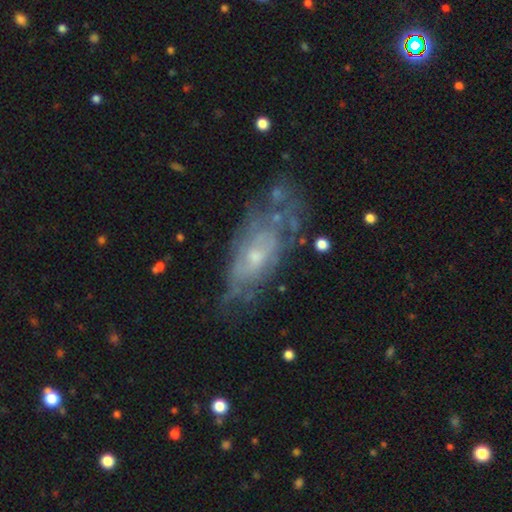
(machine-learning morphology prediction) smooth_or_featured: featured or disk (p=0.67) [alt: smooth p=0.25]
disk_edge_on: no (p=0.88) [alt: yes p=0.12]
bar: no (p=0.76) [alt: weak p=0.20]
has_spiral_arms: yes (p=0.52) [alt: no p=0.48]
bulge_size: small (p=0.56) [alt: moderate p=0.37]
merging: none (p=0.50) [alt: minor disturbance p=0.27]